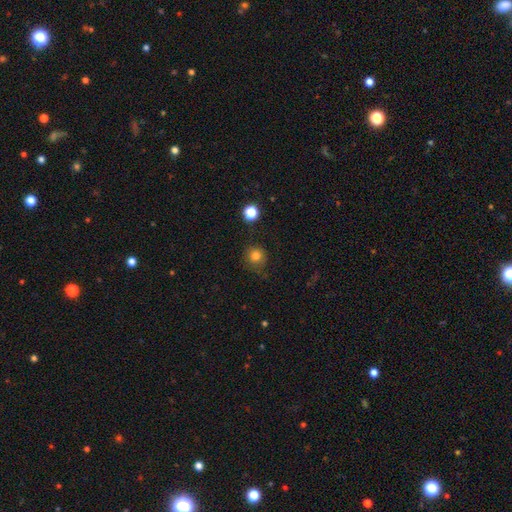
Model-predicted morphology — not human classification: Smooth or featured? smooth (81%)
How rounded? round (92%)
Merging? none (78%)